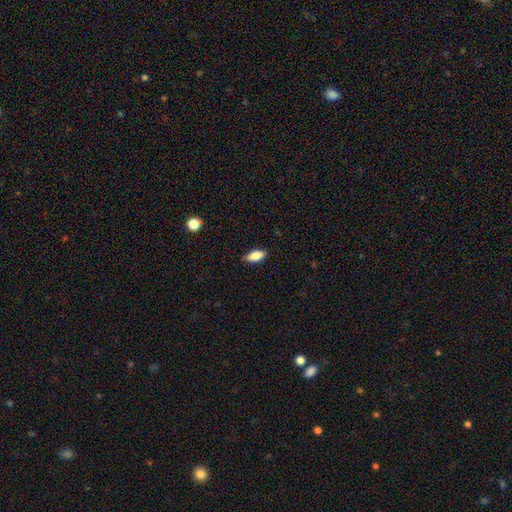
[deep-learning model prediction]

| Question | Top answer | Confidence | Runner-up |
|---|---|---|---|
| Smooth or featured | smooth | 82% | featured or disk (11%) |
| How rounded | in between | 83% | cigar-shaped (14%) |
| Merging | none | 85% | minor disturbance (12%) |